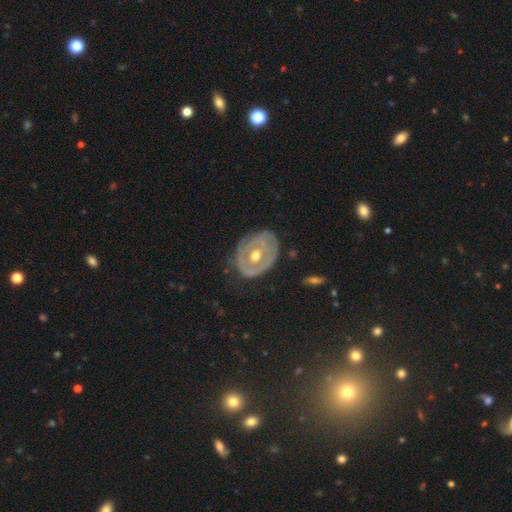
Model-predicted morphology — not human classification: featured or disk 72%, smooth 23%, star or artifact 5%. Down the decision tree: edge-on disk — no (95%); bar — no (78%); spiral arms — no (62%); bulge size — moderate (80%); merging — none (68%).